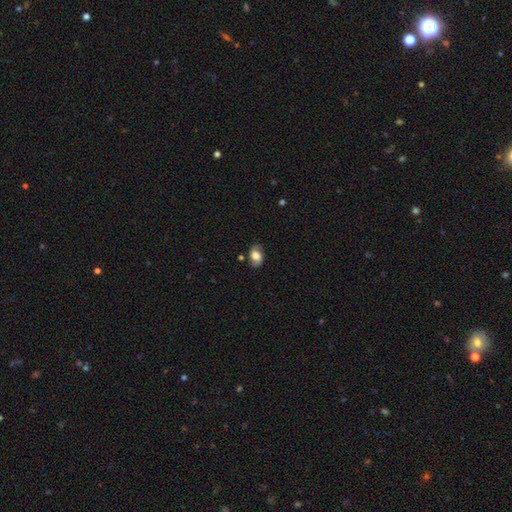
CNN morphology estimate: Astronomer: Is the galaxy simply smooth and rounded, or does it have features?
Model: smooth — 67%.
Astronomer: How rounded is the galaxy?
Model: in between — 85%.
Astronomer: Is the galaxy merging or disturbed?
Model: none — 74%.